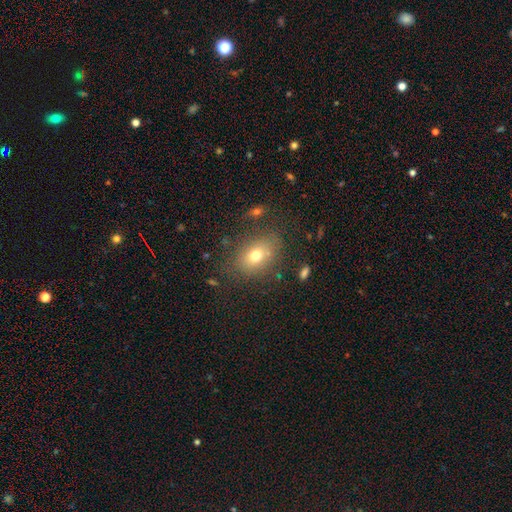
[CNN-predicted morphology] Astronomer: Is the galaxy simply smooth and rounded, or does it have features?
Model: smooth — 72%.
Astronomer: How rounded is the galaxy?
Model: in between — 72%.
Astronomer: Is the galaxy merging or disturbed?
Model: none — 77%.